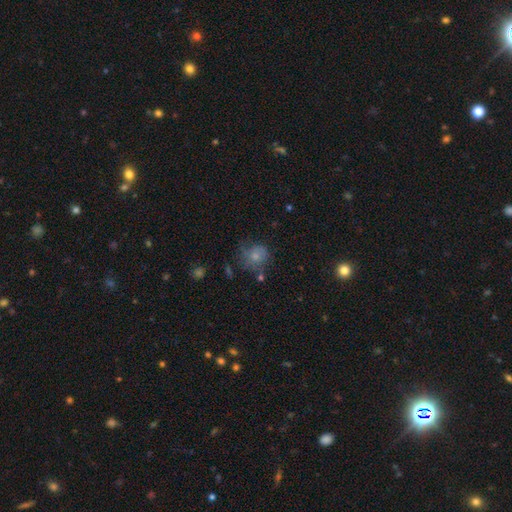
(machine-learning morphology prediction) Smooth or featured? smooth (71%)
How rounded? round (75%)
Merging? none (48%)